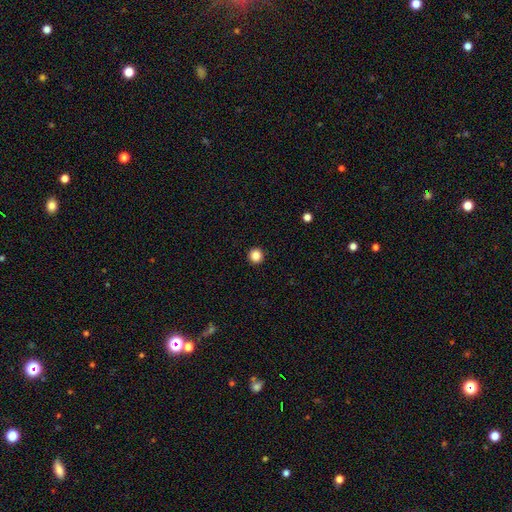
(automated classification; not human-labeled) Smooth or featured: smooth — 85% (star or artifact — 11%)
How rounded: round — 96% (in between — 3%)
Merging: none — 94% (minor disturbance — 4%)